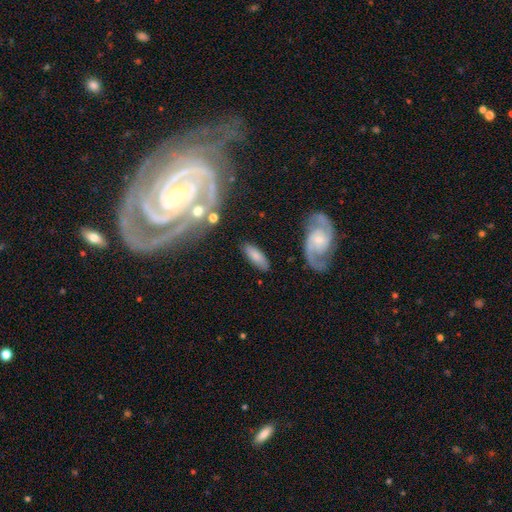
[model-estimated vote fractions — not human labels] Morphology: type=smooth (71%); roundness=in between (68%); merging=none (79%).